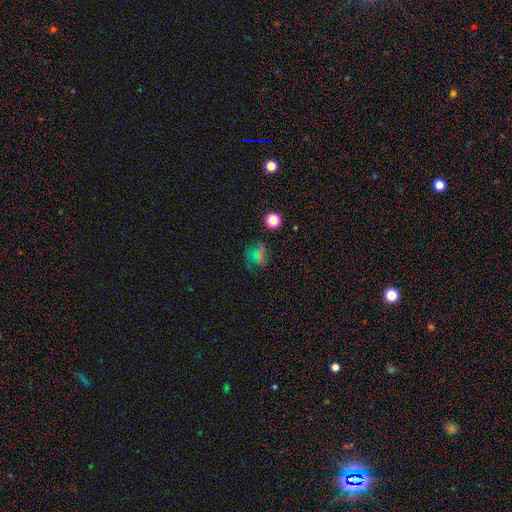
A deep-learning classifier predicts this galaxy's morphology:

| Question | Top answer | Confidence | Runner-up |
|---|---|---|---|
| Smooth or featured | smooth | 45% | star or artifact (35%) |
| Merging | none | 61% | minor disturbance (20%) |